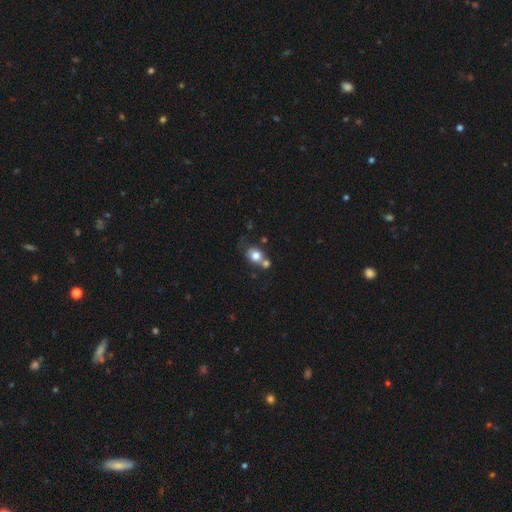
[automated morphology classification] Smooth or featured?
  - smooth: 76% *
  - featured or disk: 14%
  - star or artifact: 10%
How rounded?
  - round: 59% *
  - in between: 39%
  - cigar-shaped: 1%
Merging?
  - merger: 42% *
  - none: 38%
  - minor disturbance: 13%
  - major disturbance: 6%